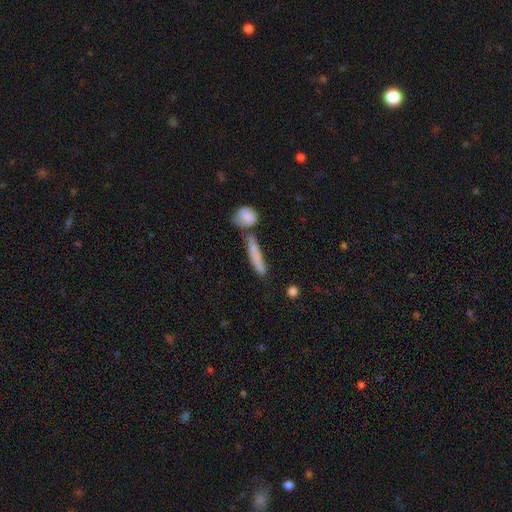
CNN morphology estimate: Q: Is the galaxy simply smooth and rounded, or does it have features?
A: smooth — 73%.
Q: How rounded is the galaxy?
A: cigar-shaped — 85%.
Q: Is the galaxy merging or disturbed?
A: none — 60%.